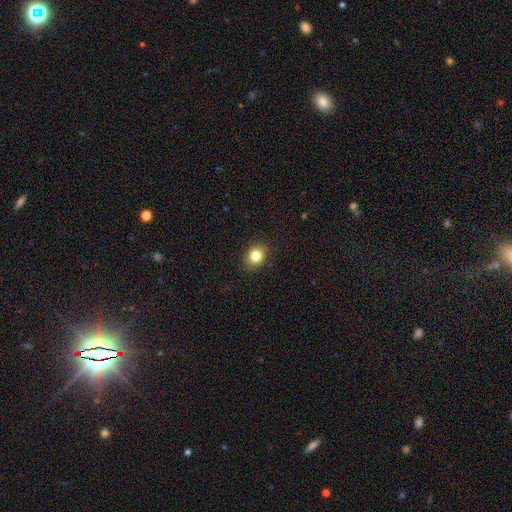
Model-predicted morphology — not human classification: Smooth or featured: smooth — 82% (star or artifact — 10%)
How rounded: round — 52% (in between — 47%)
Merging: none — 89% (minor disturbance — 8%)